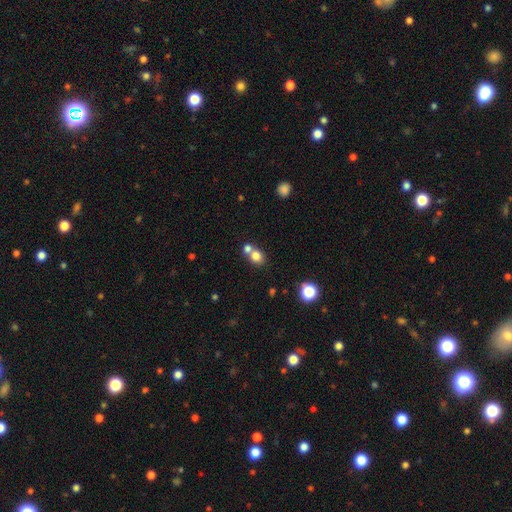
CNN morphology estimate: Smooth or featured?
  - smooth: 78% *
  - star or artifact: 12%
  - featured or disk: 10%
How rounded?
  - round: 71% *
  - in between: 28%
  - cigar-shaped: 1%
Merging?
  - merger: 46% *
  - none: 44%
  - minor disturbance: 7%
  - major disturbance: 3%